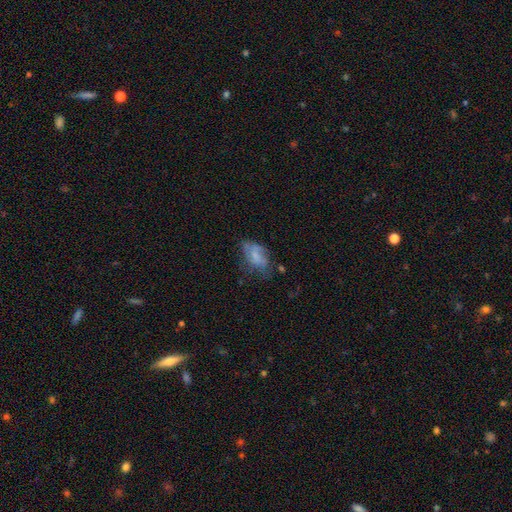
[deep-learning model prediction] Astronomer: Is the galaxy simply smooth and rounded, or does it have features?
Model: smooth — 49% (runner-up: featured or disk, 41%).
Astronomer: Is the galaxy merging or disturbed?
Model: none — 43% (runner-up: minor disturbance, 30%).